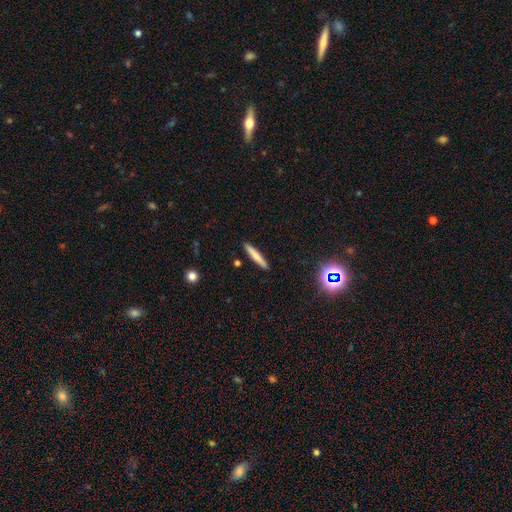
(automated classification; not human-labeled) Overall: smooth (71%). How rounded: cigar-shaped (94%). Merging: none (91%).